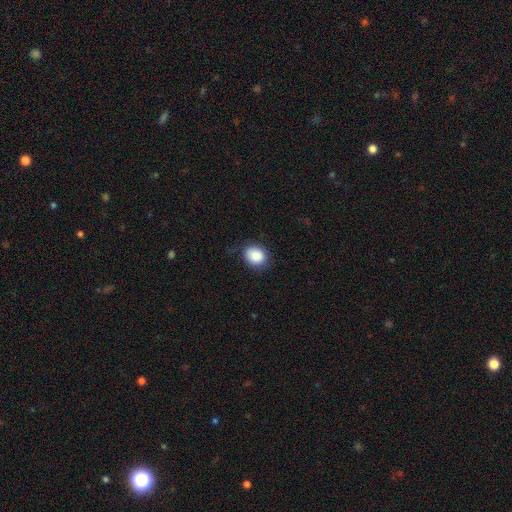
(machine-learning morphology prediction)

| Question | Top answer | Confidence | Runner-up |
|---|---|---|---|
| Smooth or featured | smooth | 88% | star or artifact (8%) |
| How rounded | round | 61% | in between (38%) |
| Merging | none | 80% | minor disturbance (15%) |